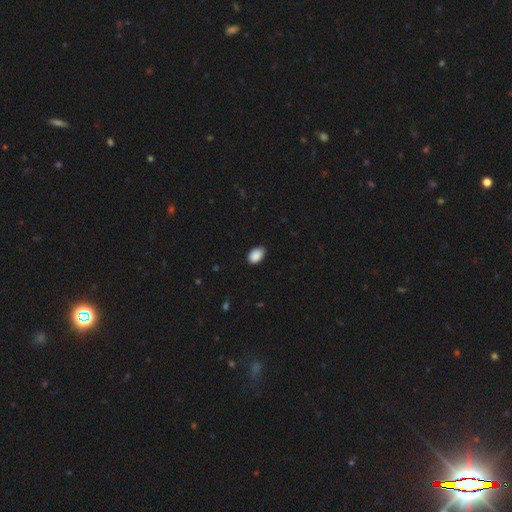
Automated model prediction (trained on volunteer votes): smooth 89%, star or artifact 7%, featured or disk 4%. Down the decision tree: how rounded — in between (88%); merging — none (77%).